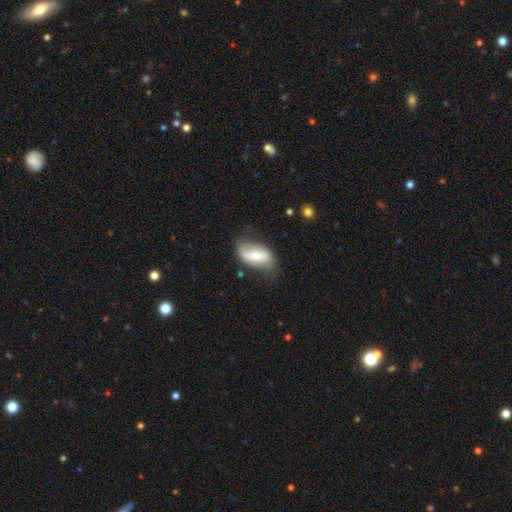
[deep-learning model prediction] smooth-or-featured: featured or disk: 55% | smooth: 39% | star or artifact: 6%
  disk-edge-on: no: 92% | yes: 8%
    bar: strong: 36% | weak: 35% | no: 29%
    has-spiral-arms: yes: 73% | no: 27%
    bulge-size: moderate: 50% | small: 42% | large: 4% | none: 3% | dominant: 1%
  merging: none: 60% | minor disturbance: 28% | major disturbance: 10% | merger: 2%